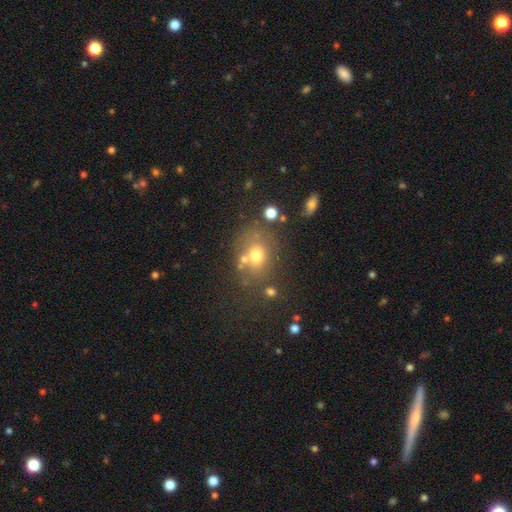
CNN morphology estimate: smooth 66%, star or artifact 17%, featured or disk 17%. Down the decision tree: how rounded — round (61%); merging — none (60%).